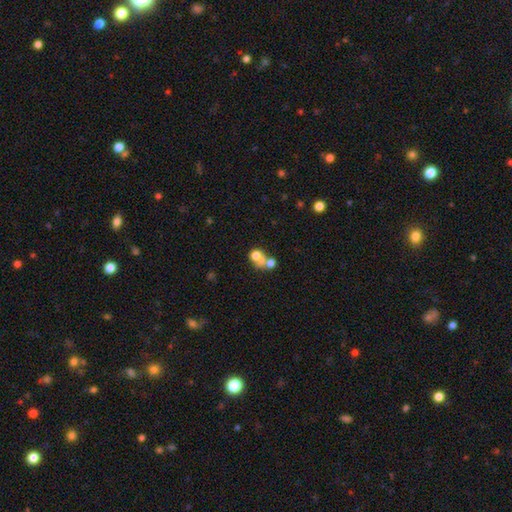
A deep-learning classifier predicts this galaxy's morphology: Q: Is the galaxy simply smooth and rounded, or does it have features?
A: smooth — 62%.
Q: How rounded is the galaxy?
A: round — 66%.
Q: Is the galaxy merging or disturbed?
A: merger — 61%.